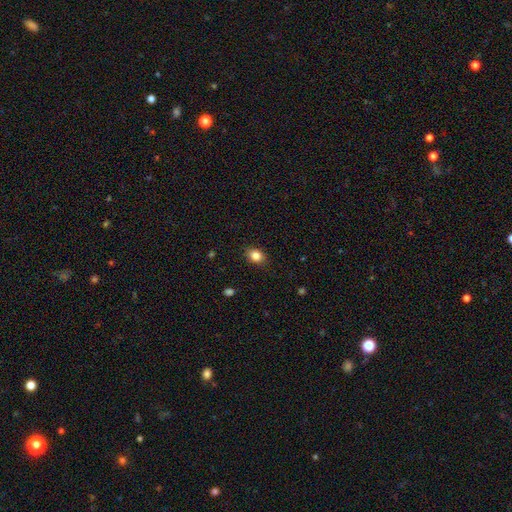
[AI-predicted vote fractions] Morphology: type=smooth (84%); roundness=in between (58%); merging=none (87%).